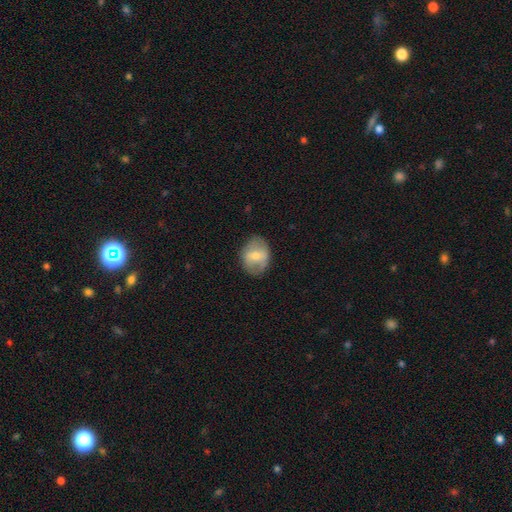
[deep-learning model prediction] Smooth or featured: smooth — 53% (featured or disk — 40%)
How rounded: in between — 63% (round — 36%)
Merging: none — 77% (minor disturbance — 17%)